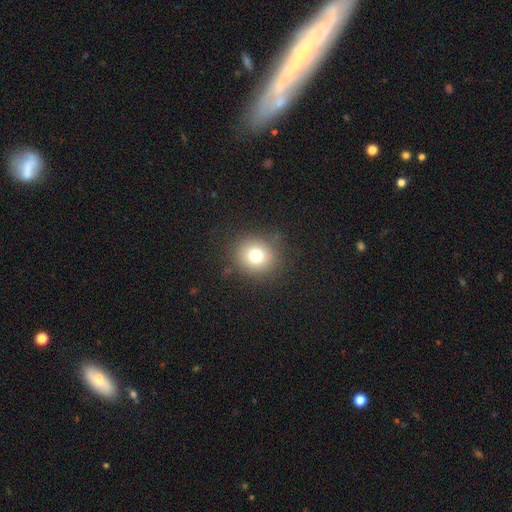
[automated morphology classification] The model was most divided on "smooth or featured": smooth: 76%, star or artifact: 13%, featured or disk: 11%. More confident: how rounded — round (85%); merging — none (84%).